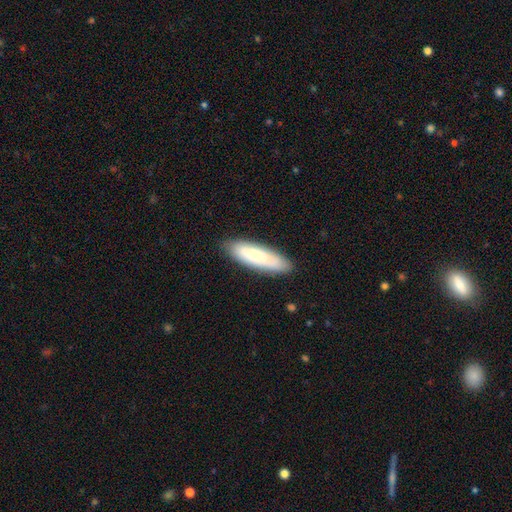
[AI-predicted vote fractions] A smooth galaxy with no disk features (73%) that is cigar-shaped (55%).

Vote fractions:
- Smooth or featured? smooth: 73% / featured or disk: 20% / star or artifact: 6%
- How rounded? cigar-shaped: 55% / in between: 43% / round: 2%
- Merging? none: 84% / minor disturbance: 12% / major disturbance: 2% / merger: 1%